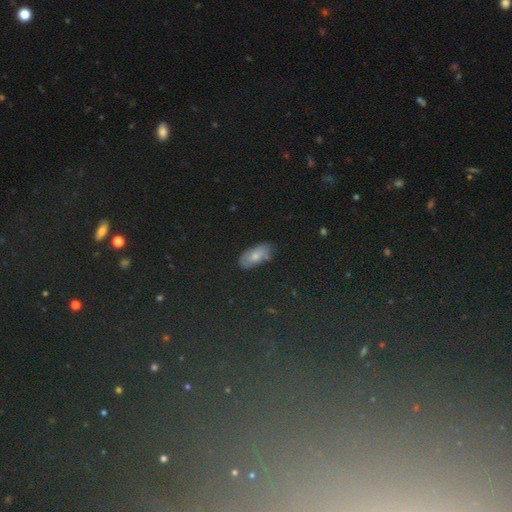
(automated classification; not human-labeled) Q: Smooth or featured?
A: smooth (67%); runner-up: featured or disk (17%)
Q: How rounded?
A: in between (91%); runner-up: cigar-shaped (6%)
Q: Merging?
A: none (73%); runner-up: minor disturbance (20%)